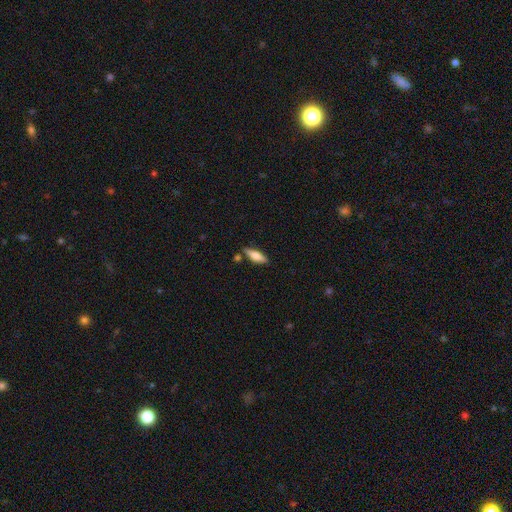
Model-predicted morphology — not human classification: smooth_or_featured: smooth (p=0.67) [alt: featured or disk p=0.27]
how_rounded: in between (p=0.52) [alt: cigar-shaped p=0.46]
merging: none (p=0.79) [alt: minor disturbance p=0.13]